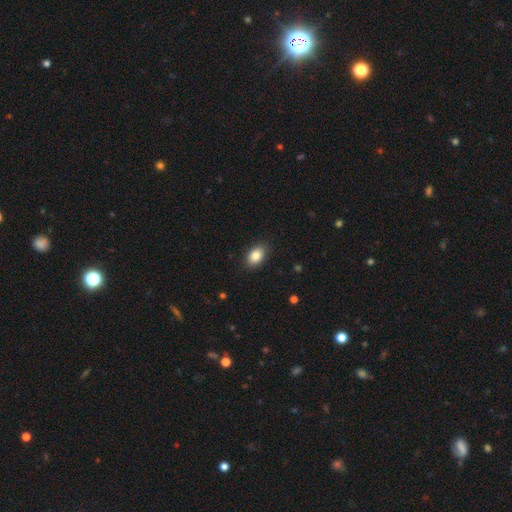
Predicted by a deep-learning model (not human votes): Smooth or featured: smooth — 86% (star or artifact — 8%)
How rounded: in between — 87% (round — 12%)
Merging: none — 87% (minor disturbance — 10%)